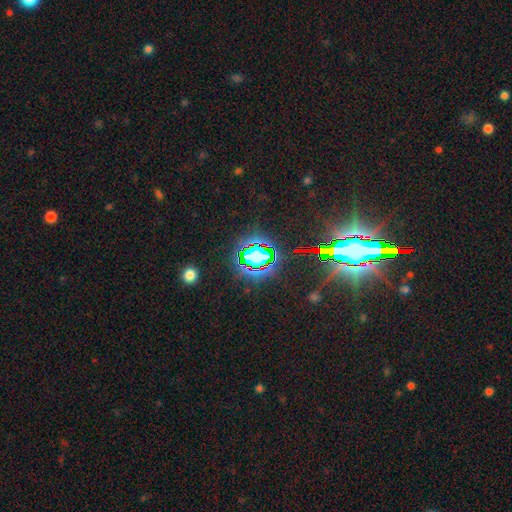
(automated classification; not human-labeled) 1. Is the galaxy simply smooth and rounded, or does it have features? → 84% star or artifact, 9% smooth, 8% featured or disk.